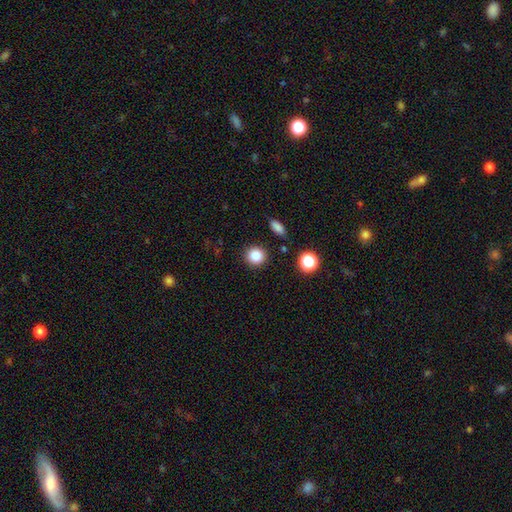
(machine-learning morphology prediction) A smooth galaxy with no disk features (85%) that is round (90%).

Vote fractions:
- Smooth or featured? smooth: 85% / star or artifact: 11% / featured or disk: 4%
- How rounded? round: 90% / in between: 8% / cigar-shaped: 1%
- Merging? none: 88% / minor disturbance: 7% / major disturbance: 3% / merger: 3%